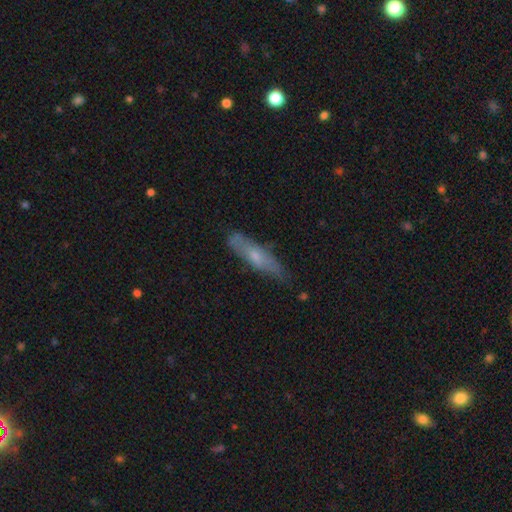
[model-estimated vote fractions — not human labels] smooth-or-featured: smooth: 48% | featured or disk: 45% | star or artifact: 7%
  merging: none: 71% | minor disturbance: 22% | major disturbance: 5% | merger: 2%